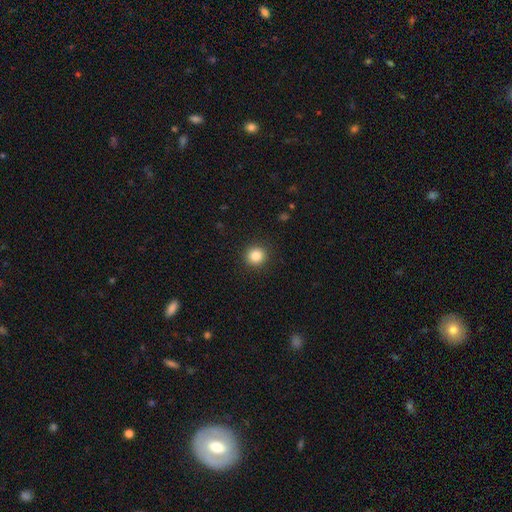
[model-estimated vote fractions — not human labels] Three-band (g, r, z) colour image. It shows a smooth galaxy with no disk features (84%) that is round (92%). Merging: none (92%).